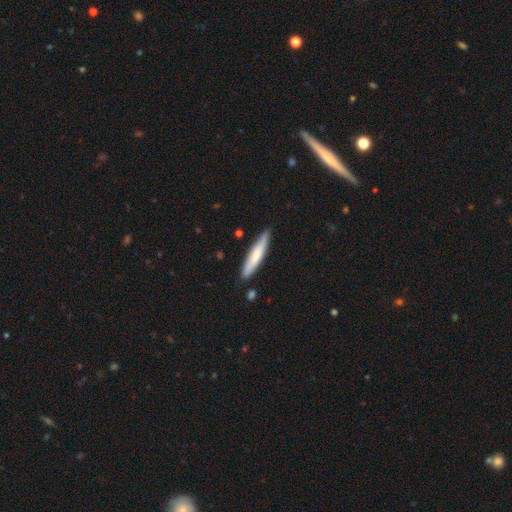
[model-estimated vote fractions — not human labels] Smooth or featured: smooth — 70% (featured or disk — 25%)
How rounded: cigar-shaped — 90% (in between — 9%)
Merging: none — 86% (minor disturbance — 10%)